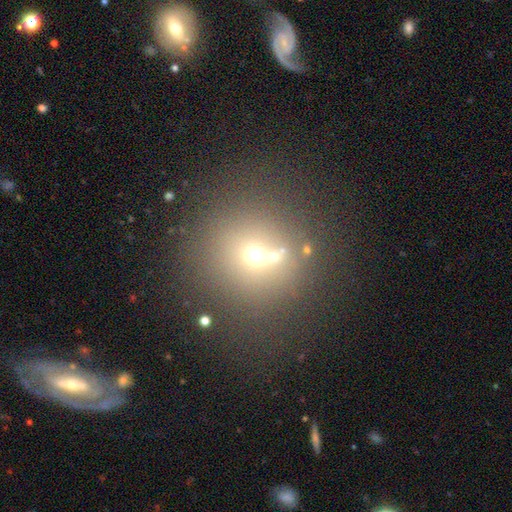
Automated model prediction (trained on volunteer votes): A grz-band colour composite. It shows a smooth galaxy with no disk features (56%) that is round (89%). Merging: none (54%).